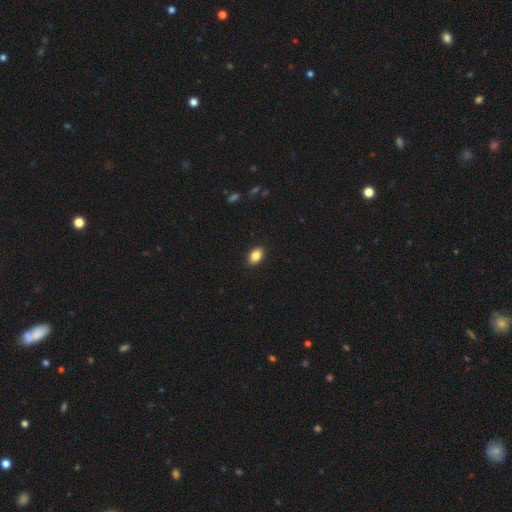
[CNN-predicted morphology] Q: Smooth or featured?
A: smooth (86%); runner-up: star or artifact (8%)
Q: How rounded?
A: in between (86%); runner-up: round (13%)
Q: Merging?
A: none (90%); runner-up: minor disturbance (8%)